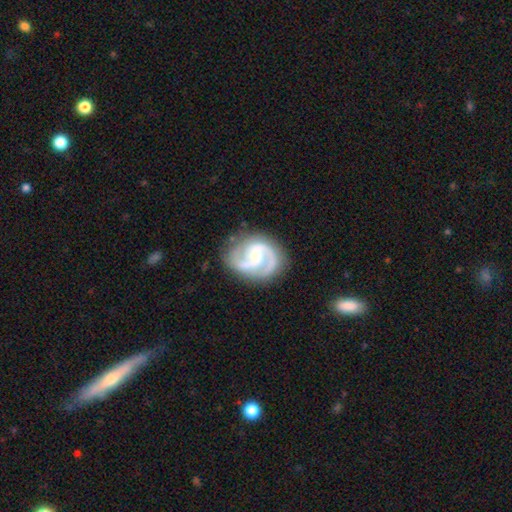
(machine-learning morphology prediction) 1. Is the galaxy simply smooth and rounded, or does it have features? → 91% featured or disk, 5% smooth, 4% star or artifact.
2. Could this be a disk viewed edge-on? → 98% no, 2% yes.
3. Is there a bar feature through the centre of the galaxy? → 49% no, 40% weak, 11% strong.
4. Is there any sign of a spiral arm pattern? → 98% yes, 2% no.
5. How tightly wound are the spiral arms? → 57% medium, 32% tight, 11% loose.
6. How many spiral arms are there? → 86% 2, 7% 3, 3% can't tell, 2% 1, 1% 4, 1% more than 4.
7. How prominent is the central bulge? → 58% small, 37% moderate, 2% none, 2% large, 1% dominant.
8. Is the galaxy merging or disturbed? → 79% none, 14% minor disturbance, 5% major disturbance, 2% merger.